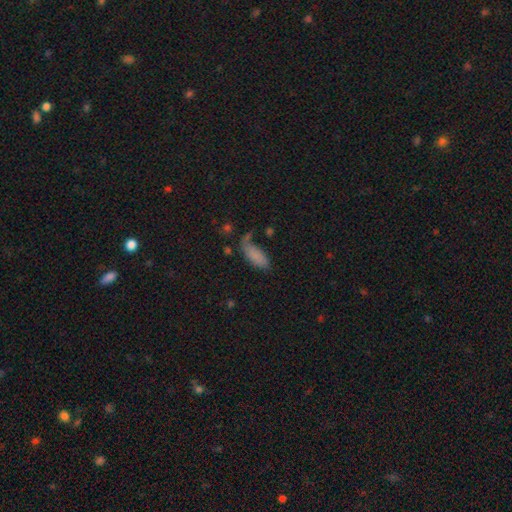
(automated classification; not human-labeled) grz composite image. It shows a smooth galaxy with no disk features (76%) that is in between round and cigar-shaped (82%). Merging: none (46%).